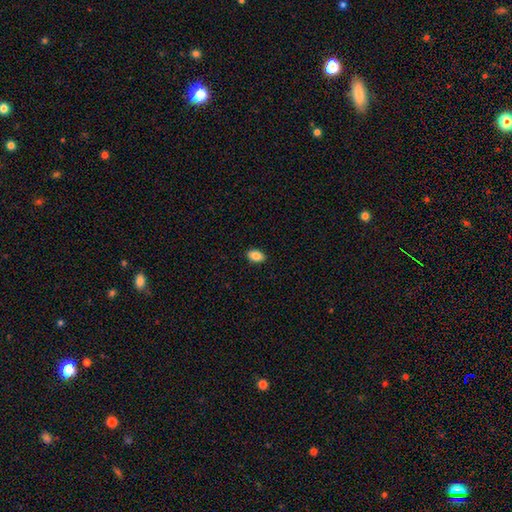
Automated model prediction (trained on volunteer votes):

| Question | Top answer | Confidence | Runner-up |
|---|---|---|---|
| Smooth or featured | smooth | 85% | star or artifact (8%) |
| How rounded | in between | 89% | round (10%) |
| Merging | none | 90% | minor disturbance (8%) |